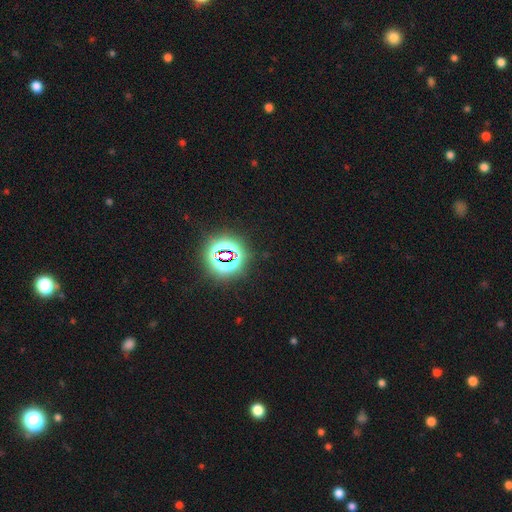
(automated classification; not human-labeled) Smooth or featured?
  - star or artifact: 82% *
  - smooth: 12%
  - featured or disk: 6%